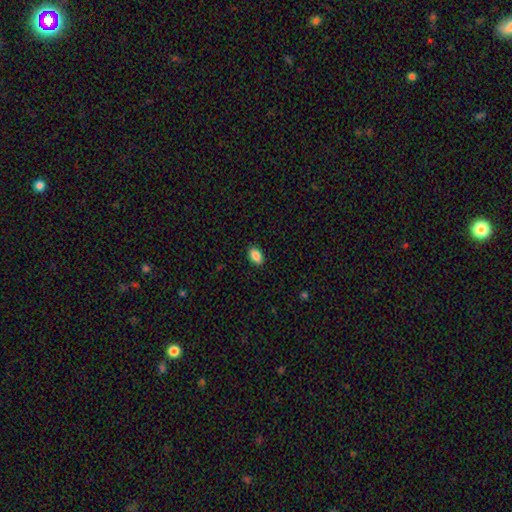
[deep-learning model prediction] The model was most divided on "smooth or featured": smooth: 88%, star or artifact: 8%, featured or disk: 4%. More confident: how rounded — in between (91%); merging — none (89%).